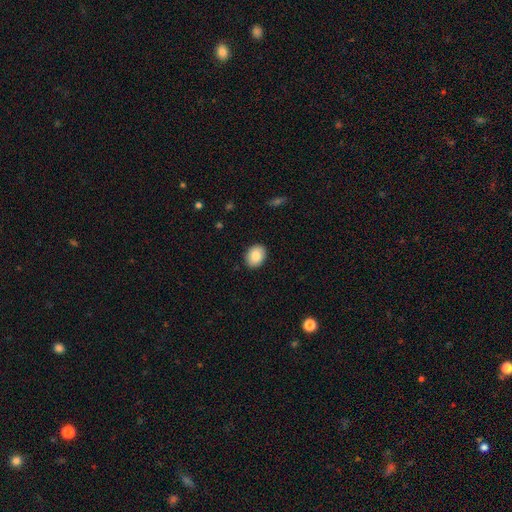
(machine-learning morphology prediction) Q: Smooth or featured?
A: smooth (87%); runner-up: star or artifact (7%)
Q: How rounded?
A: in between (63%); runner-up: round (36%)
Q: Merging?
A: none (89%); runner-up: minor disturbance (8%)